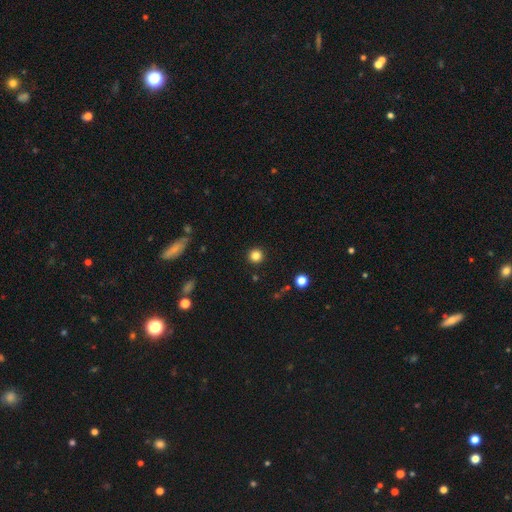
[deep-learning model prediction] Smooth or featured? smooth (83%)
How rounded? round (96%)
Merging? none (93%)